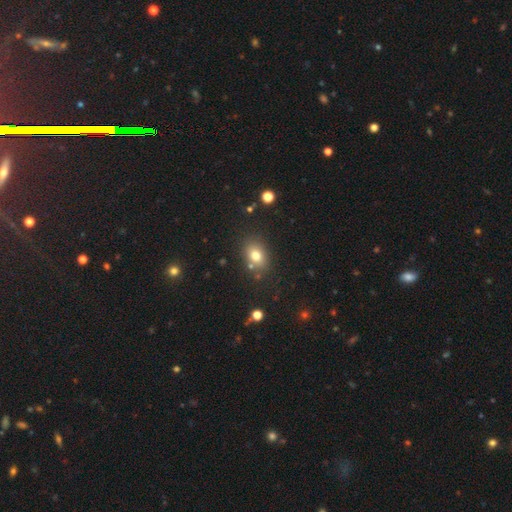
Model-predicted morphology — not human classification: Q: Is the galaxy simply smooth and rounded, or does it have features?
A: smooth — 77%.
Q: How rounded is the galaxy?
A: in between — 67%.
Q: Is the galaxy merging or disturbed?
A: none — 78%.